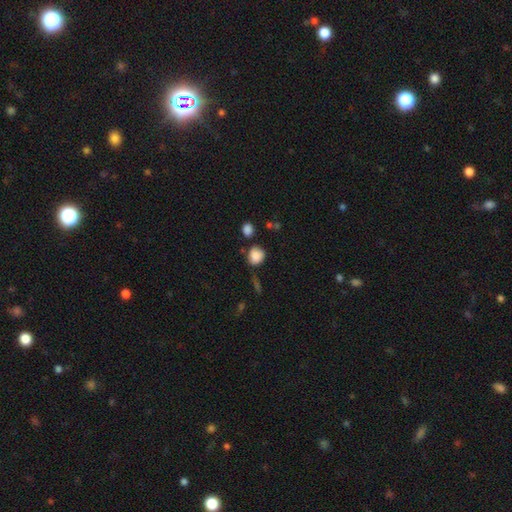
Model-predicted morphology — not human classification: Smooth or featured?
  - smooth: 84% *
  - star or artifact: 10%
  - featured or disk: 6%
How rounded?
  - round: 70% *
  - in between: 29%
  - cigar-shaped: 1%
Merging?
  - none: 61% *
  - minor disturbance: 23%
  - merger: 9%
  - major disturbance: 7%